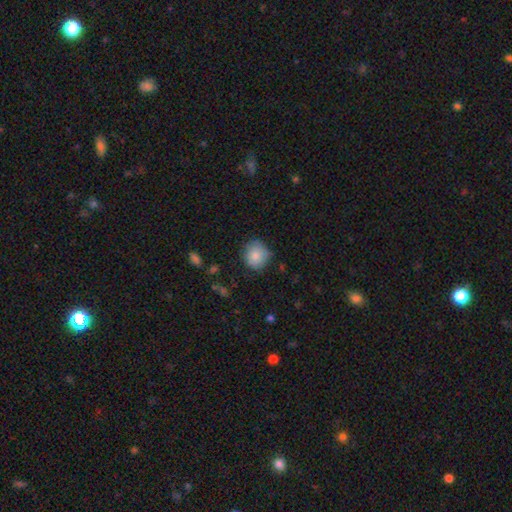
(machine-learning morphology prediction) Smooth or featured? Predicted: smooth (p=0.84). How rounded? Predicted: round (p=0.84). Merging? Predicted: none (p=0.73).